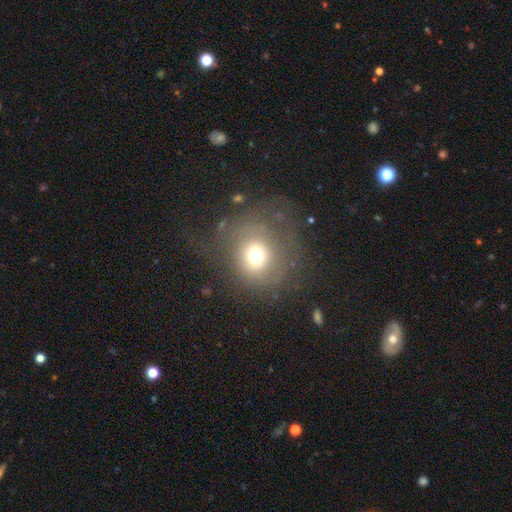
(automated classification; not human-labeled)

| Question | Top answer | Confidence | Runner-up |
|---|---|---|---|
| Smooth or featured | smooth | 62% | featured or disk (23%) |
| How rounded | round | 82% | in between (17%) |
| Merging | none | 56% | major disturbance (23%) |